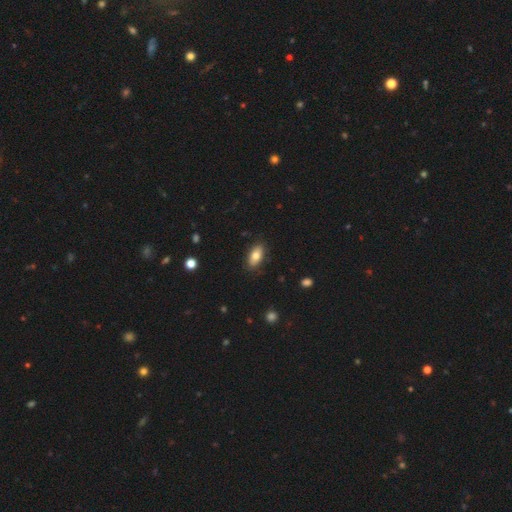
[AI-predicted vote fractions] Smooth or featured? smooth (79%)
How rounded? in between (89%)
Merging? none (86%)